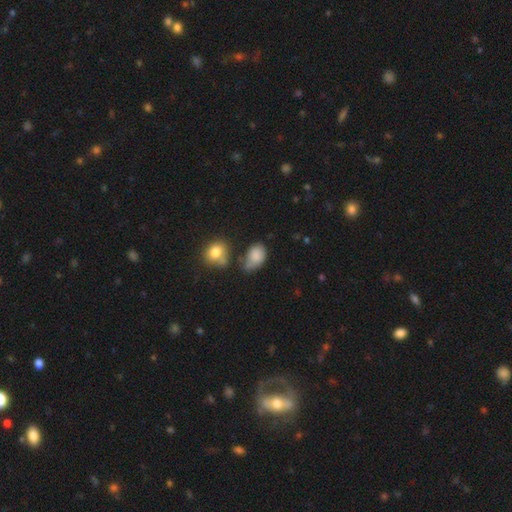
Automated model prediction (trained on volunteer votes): Q: Smooth or featured?
A: smooth (82%); runner-up: star or artifact (9%)
Q: How rounded?
A: in between (81%); runner-up: round (18%)
Q: Merging?
A: none (38%); runner-up: minor disturbance (33%)